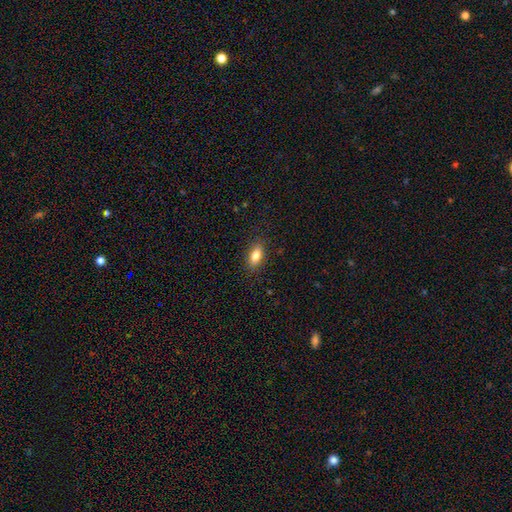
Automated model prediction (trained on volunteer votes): Smooth or featured?
  - smooth: 82% *
  - featured or disk: 10%
  - star or artifact: 8%
How rounded?
  - in between: 85% *
  - cigar-shaped: 10%
  - round: 6%
Merging?
  - none: 87% *
  - minor disturbance: 10%
  - major disturbance: 3%
  - merger: 1%